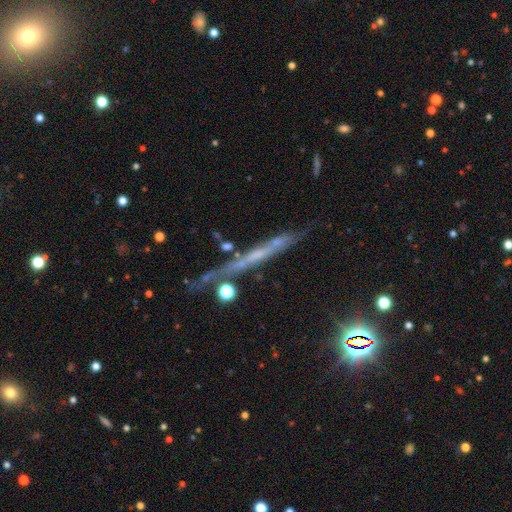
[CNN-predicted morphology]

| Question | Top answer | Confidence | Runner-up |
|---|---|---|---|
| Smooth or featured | featured or disk | 57% | smooth (25%) |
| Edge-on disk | yes | 87% | no (13%) |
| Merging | none | 63% | minor disturbance (20%) |